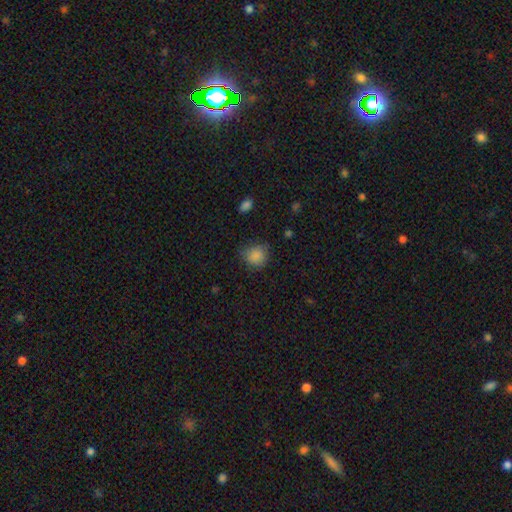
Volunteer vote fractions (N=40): Volunteers were most divided on "merging": none: 67%, minor disturbance: 22%, major disturbance: 8%, merger: 3%. More confident: smooth or featured — smooth (85%); how rounded — round (76%).